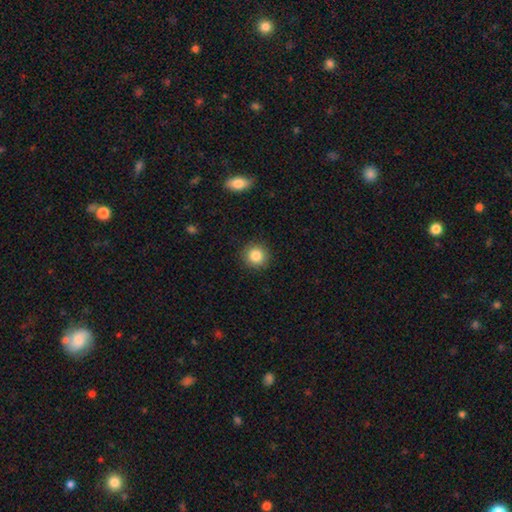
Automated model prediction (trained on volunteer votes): smooth 85%, star or artifact 10%, featured or disk 5%. Down the decision tree: how rounded — round (93%); merging — none (90%).